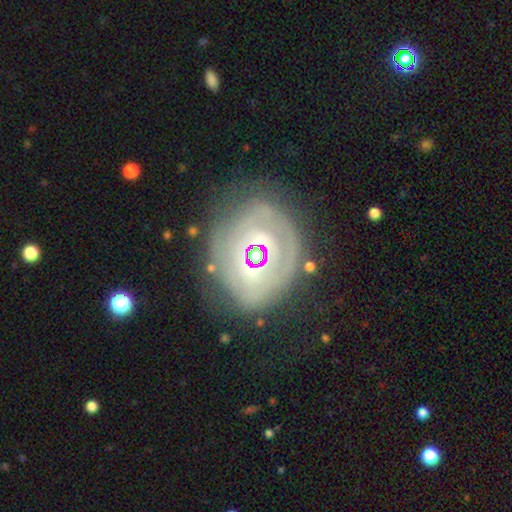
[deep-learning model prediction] Q: Smooth or featured?
A: featured or disk (69%); runner-up: smooth (19%)
Q: Edge-on disk?
A: no (94%); runner-up: yes (6%)
Q: Bar?
A: no (61%); runner-up: weak (25%)
Q: Spiral arms?
A: yes (56%); runner-up: no (44%)
Q: Bulge size?
A: moderate (51%); runner-up: large (26%)
Q: Merging?
A: none (67%); runner-up: minor disturbance (19%)